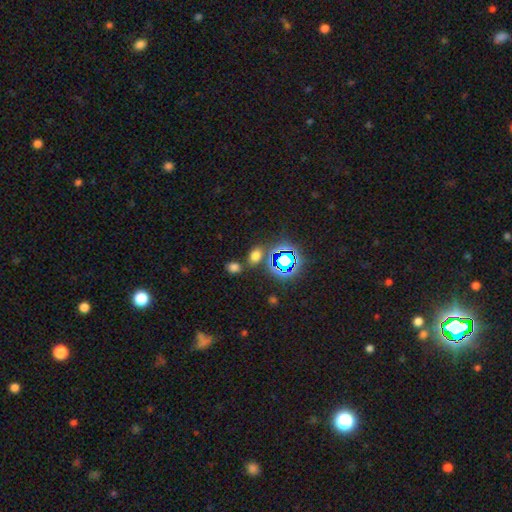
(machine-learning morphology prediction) This is likely a smooth galaxy (60%). How rounded: likely in between (70%). Merging: likely none (72%).